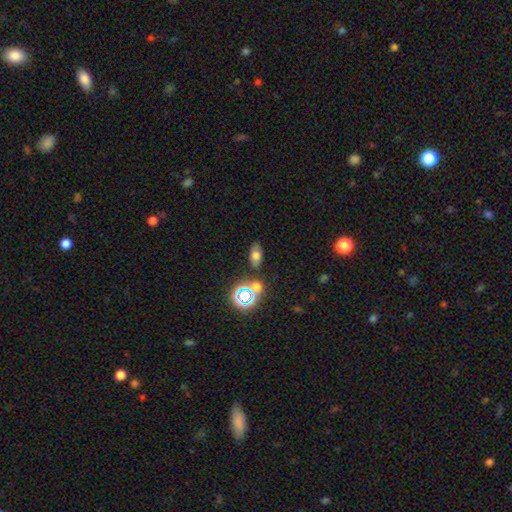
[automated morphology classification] Smooth or featured: smooth — 62% (star or artifact — 22%)
How rounded: in between — 85% (round — 11%)
Merging: none — 77% (minor disturbance — 12%)